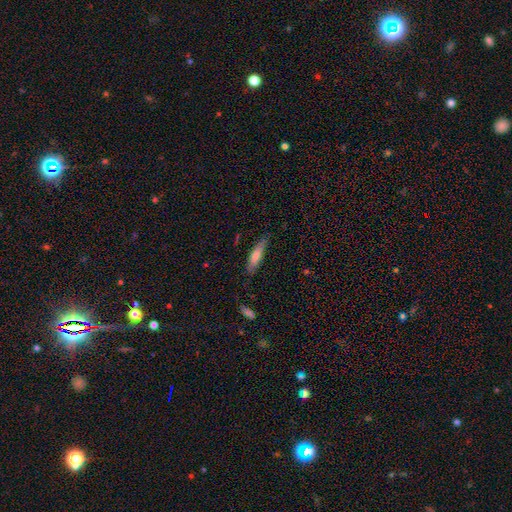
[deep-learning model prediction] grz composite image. It shows a smooth galaxy with no disk features (51%) that is cigar-shaped (84%). Merging: none (80%).